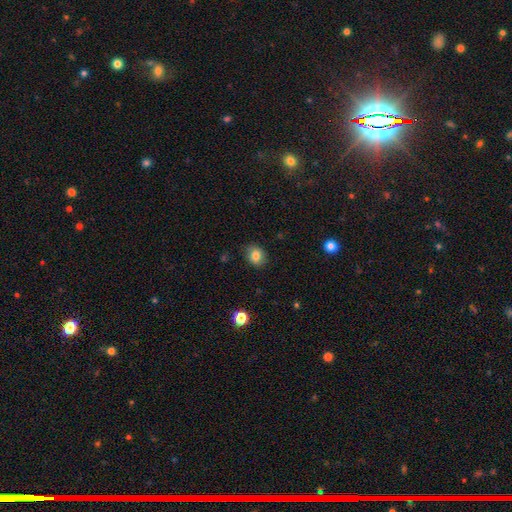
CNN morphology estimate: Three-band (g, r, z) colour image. It shows a smooth galaxy with no disk features (82%) that is round (65%). Merging: none (83%).